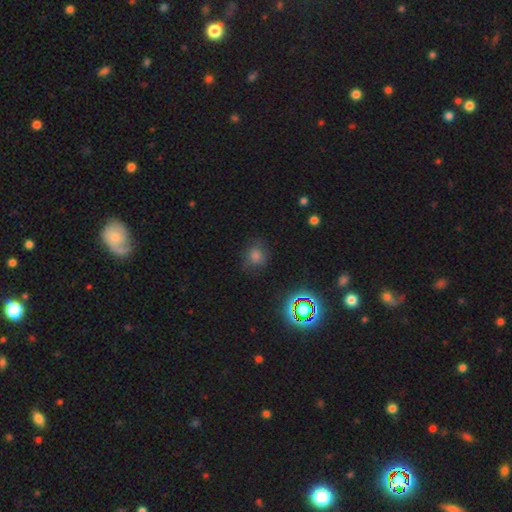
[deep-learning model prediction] This appears to be a smooth galaxy with no disk features (65%) that is round (81%). Merging: none (75%).